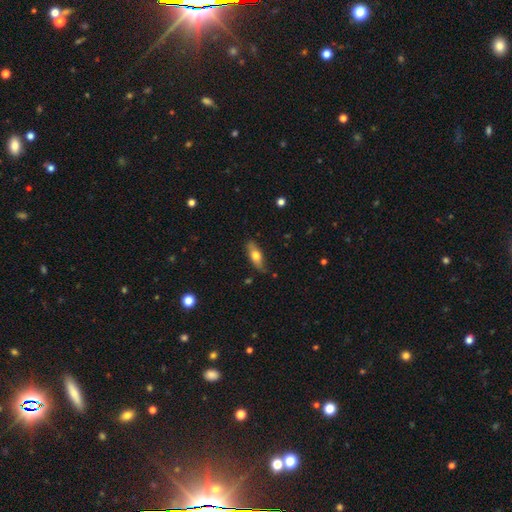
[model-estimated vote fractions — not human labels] Smooth or featured?
  - smooth: 60% *
  - featured or disk: 34%
  - star or artifact: 6%
How rounded?
  - in between: 63% *
  - cigar-shaped: 34%
  - round: 3%
Merging?
  - none: 79% *
  - minor disturbance: 17%
  - major disturbance: 3%
  - merger: 2%